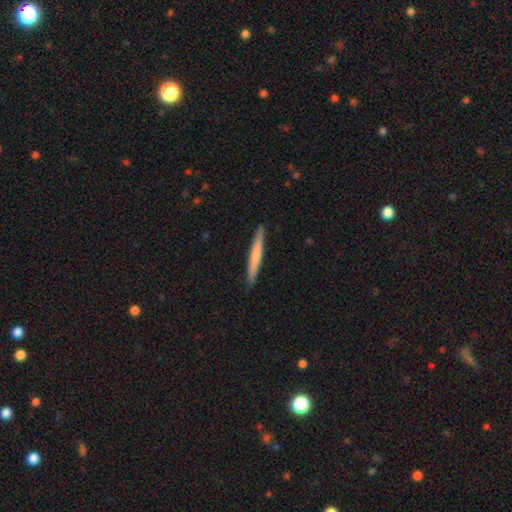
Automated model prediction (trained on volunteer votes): Smooth or featured: smooth — 63% (featured or disk — 32%)
How rounded: cigar-shaped — 97% (in between — 2%)
Merging: none — 91% (minor disturbance — 6%)